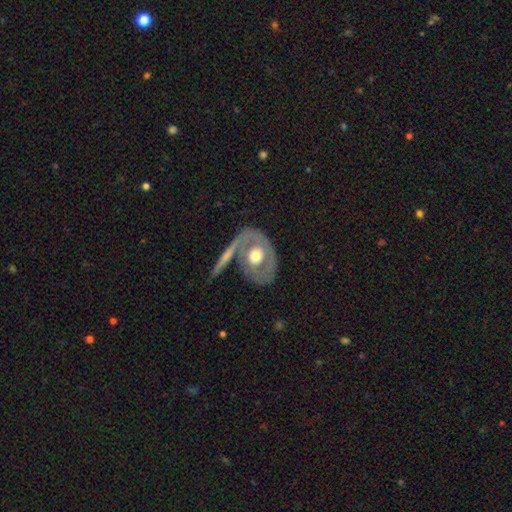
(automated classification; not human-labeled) featured or disk 67%, smooth 28%, star or artifact 5%. Down the decision tree: edge-on disk — no (90%); bar — no (80%); spiral arms — no (52%); bulge size — moderate (67%); merging — none (57%).